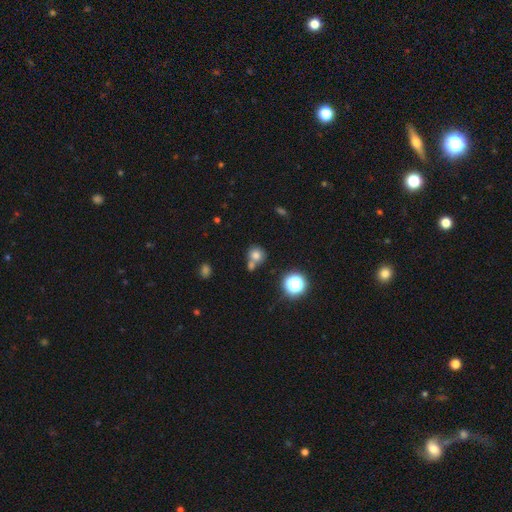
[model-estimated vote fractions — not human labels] Smooth or featured: smooth — 74% (star or artifact — 17%)
How rounded: round — 85% (in between — 14%)
Merging: none — 53% (merger — 34%)